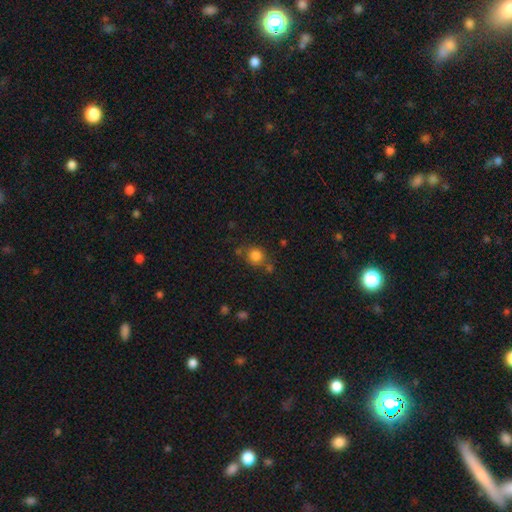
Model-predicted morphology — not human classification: Smooth or featured?
  - smooth: 82% *
  - star or artifact: 12%
  - featured or disk: 7%
How rounded?
  - round: 82% *
  - in between: 17%
  - cigar-shaped: 1%
Merging?
  - none: 67% *
  - minor disturbance: 16%
  - merger: 12%
  - major disturbance: 6%